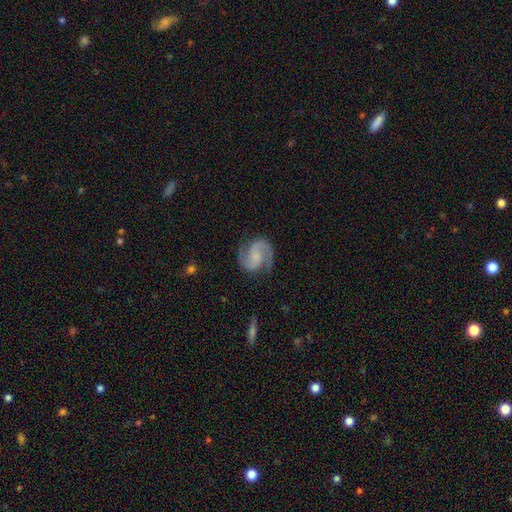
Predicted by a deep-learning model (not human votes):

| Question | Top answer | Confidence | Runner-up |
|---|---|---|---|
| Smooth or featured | featured or disk | 89% | smooth (6%) |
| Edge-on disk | no | 98% | yes (2%) |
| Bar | no | 55% | weak (36%) |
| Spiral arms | yes | 98% | no (2%) |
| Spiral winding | medium | 59% | tight (24%) |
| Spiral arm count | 2 | 94% | can't tell (2%) |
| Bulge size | small | 49% | none (24%) |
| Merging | none | 82% | minor disturbance (13%) |